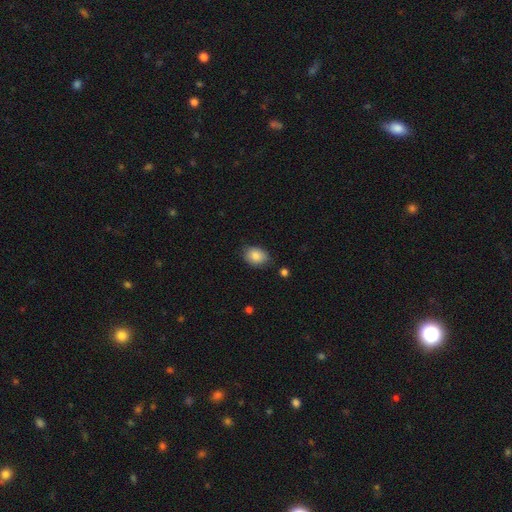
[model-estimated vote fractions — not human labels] The model was most divided on "how rounded": in between: 73%, round: 25%, cigar-shaped: 1%. More confident: smooth or featured — smooth (85%); merging — none (77%).